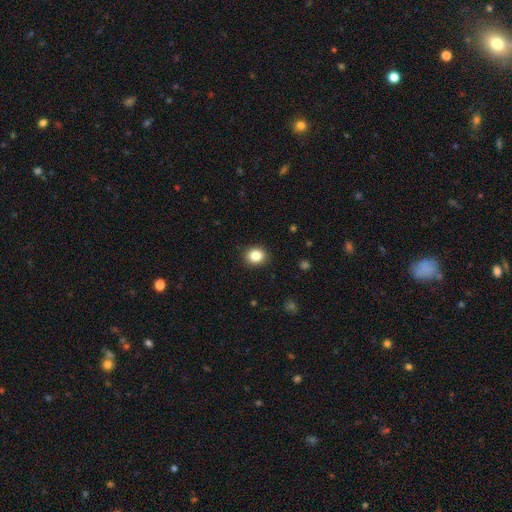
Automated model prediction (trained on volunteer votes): A smooth galaxy with no disk features (85%) that is round (70%). Merging: none (90%).